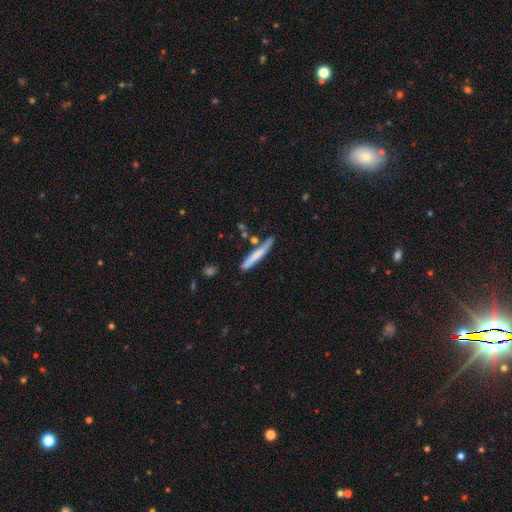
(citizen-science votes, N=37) Overall: smooth (54%; featured or disk 43%). How rounded: cigar-shaped (95%). Merging: none (53%; minor disturbance 31%).